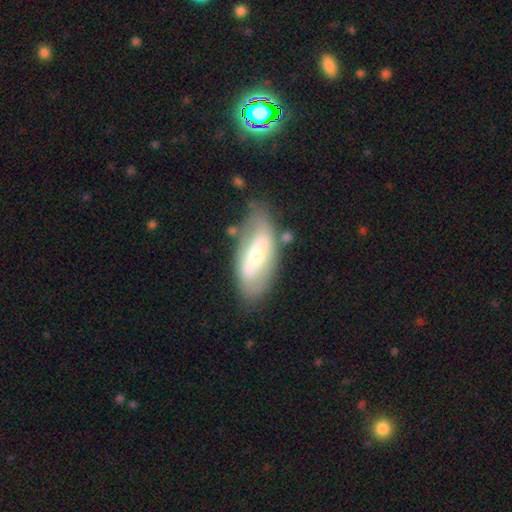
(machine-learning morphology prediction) Smooth or featured? Predicted: featured or disk (p=0.52). Edge-on disk? Predicted: no (p=0.84). Merging? Predicted: none (p=0.66).